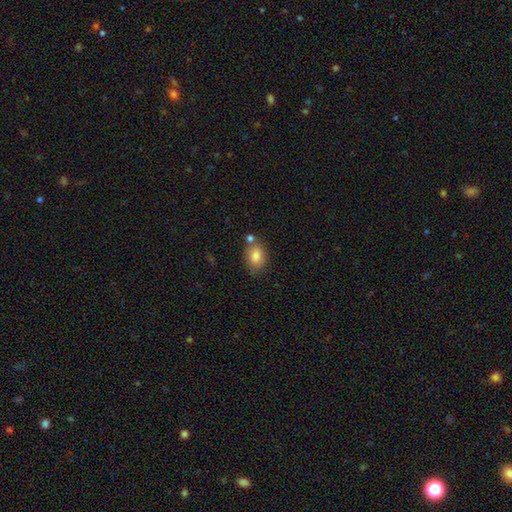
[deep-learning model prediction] Q: Smooth or featured?
A: smooth (82%); runner-up: featured or disk (10%)
Q: How rounded?
A: in between (74%); runner-up: round (25%)
Q: Merging?
A: none (69%); runner-up: minor disturbance (14%)